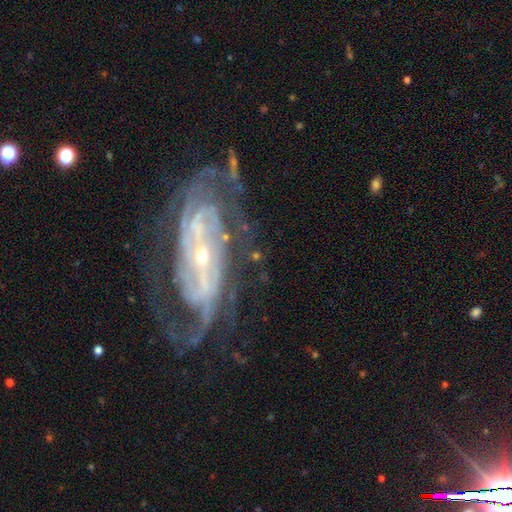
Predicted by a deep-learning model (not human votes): A featured or disk galaxy (82%) with a strong bar (45%), 2 (39%) tight (46%) spiral arms (91%) and a small central bulge (75%).

Vote fractions:
- Smooth or featured? featured or disk: 82% / smooth: 9% / star or artifact: 9%
- Edge-on disk? no: 91% / yes: 9%
- Bar? strong: 45% / no: 28% / weak: 27%
- Spiral arms? yes: 91% / no: 9%
- Spiral winding? tight: 46% / medium: 38% / loose: 16%
- Spiral arm count? 2: 39% / can't tell: 23% / 3: 16% / 4: 9% / more than 4: 7% / 1: 7%
- Bulge size? small: 75% / moderate: 20% / large: 2% / none: 2% / dominant: 1%
- Merging? none: 61% / minor disturbance: 19% / major disturbance: 15% / merger: 5%